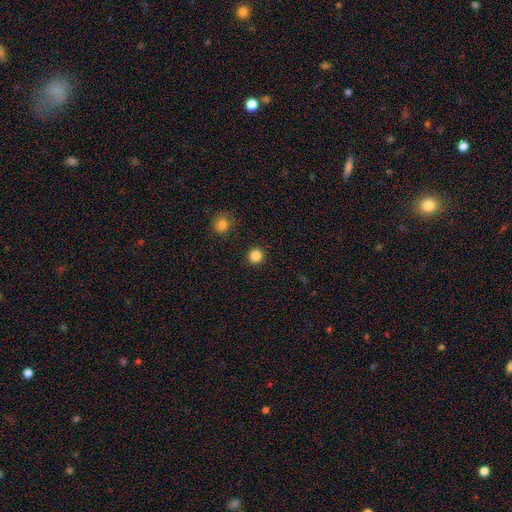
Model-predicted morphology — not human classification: smooth_or_featured: smooth (p=0.86) [alt: star or artifact p=0.11]
how_rounded: round (p=0.94) [alt: in between p=0.05]
merging: none (p=0.92) [alt: minor disturbance p=0.04]